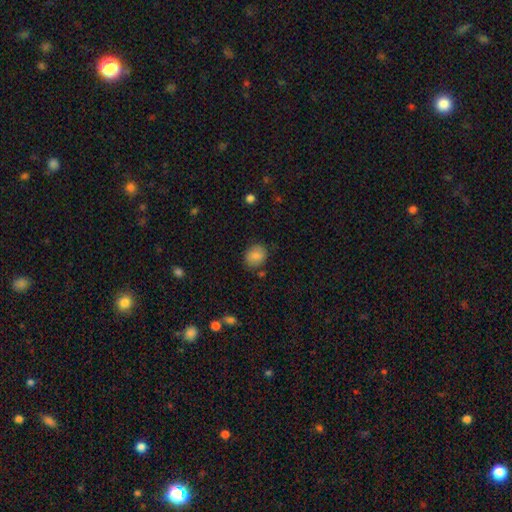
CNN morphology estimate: smooth_or_featured: smooth (p=0.85) [alt: star or artifact p=0.09]
how_rounded: round (p=0.64) [alt: in between p=0.36]
merging: none (p=0.80) [alt: minor disturbance p=0.13]